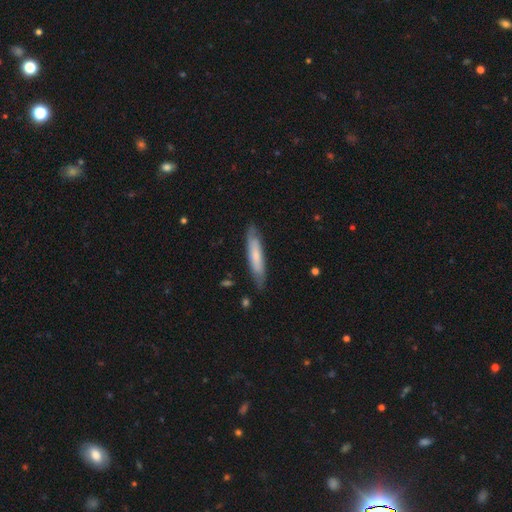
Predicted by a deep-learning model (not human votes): Q: Smooth or featured?
A: smooth (60%); runner-up: featured or disk (34%)
Q: How rounded?
A: cigar-shaped (85%); runner-up: in between (14%)
Q: Merging?
A: none (80%); runner-up: minor disturbance (16%)